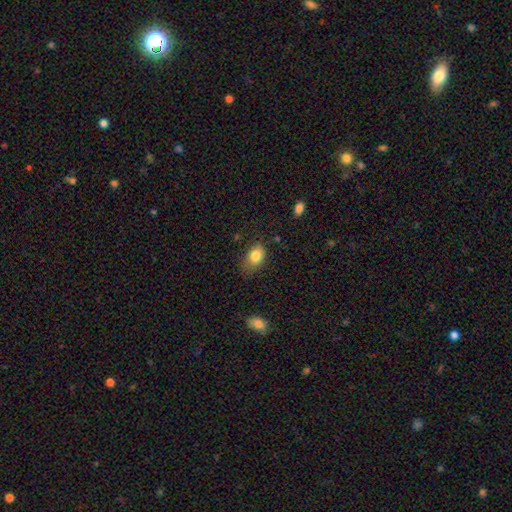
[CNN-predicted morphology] type=smooth (83%); roundness=in between (78%); merging=none (63%).